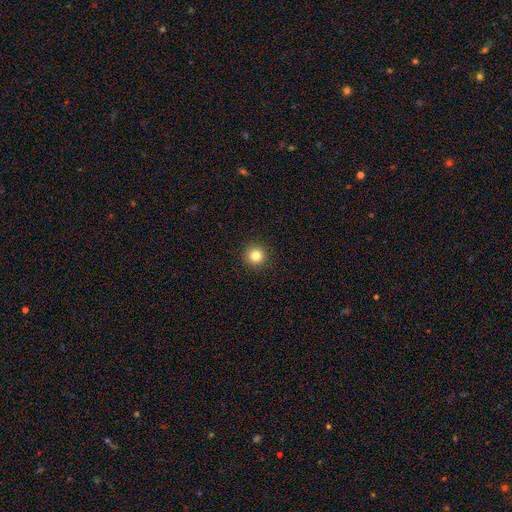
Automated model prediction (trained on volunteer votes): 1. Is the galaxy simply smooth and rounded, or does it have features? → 83% smooth, 12% star or artifact, 5% featured or disk.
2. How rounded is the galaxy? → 96% round, 3% in between, 1% cigar-shaped.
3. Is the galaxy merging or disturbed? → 93% none, 5% minor disturbance, 2% major disturbance, 1% merger.